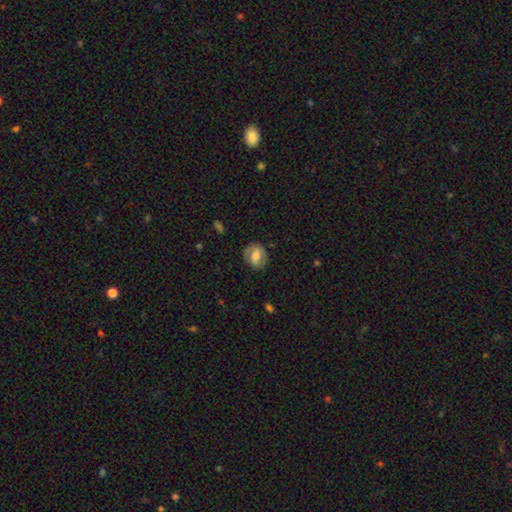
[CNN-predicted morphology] This is possibly a smooth galaxy (53%). How rounded: possibly round (51%). Merging: likely none (78%).